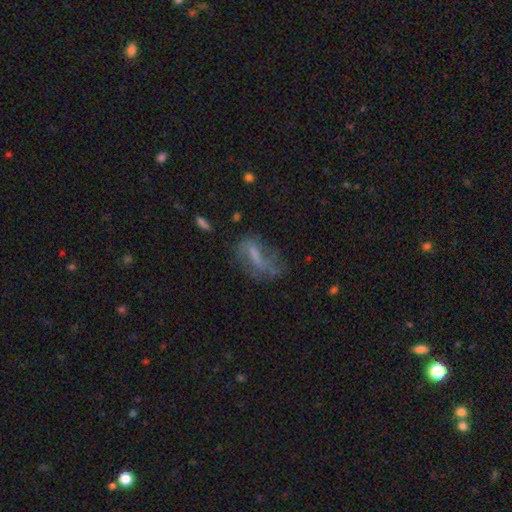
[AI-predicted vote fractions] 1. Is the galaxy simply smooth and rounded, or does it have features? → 49% featured or disk, 37% smooth, 14% star or artifact.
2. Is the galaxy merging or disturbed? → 41% none, 31% major disturbance, 24% minor disturbance, 4% merger.